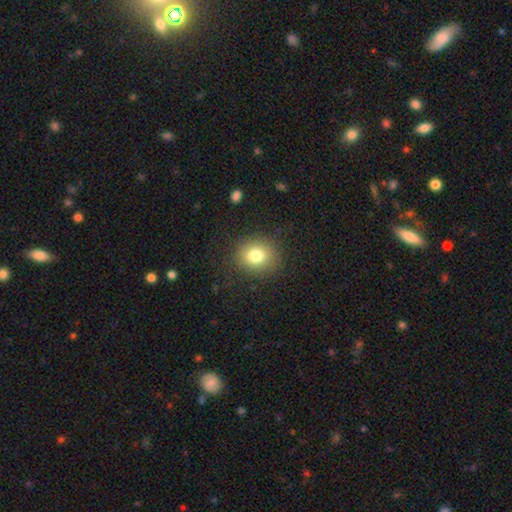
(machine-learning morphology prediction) This is likely a smooth galaxy (78%). How rounded: likely round (75%). Merging: clearly none (87%).